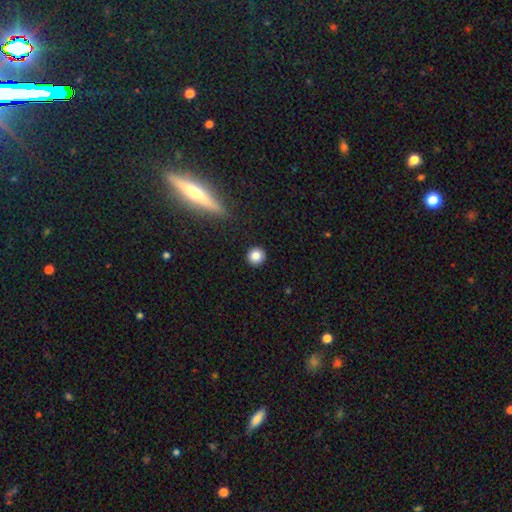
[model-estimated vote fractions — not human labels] This appears to be a smooth galaxy with no disk features (85%) that is round (94%). Merging: none (93%).